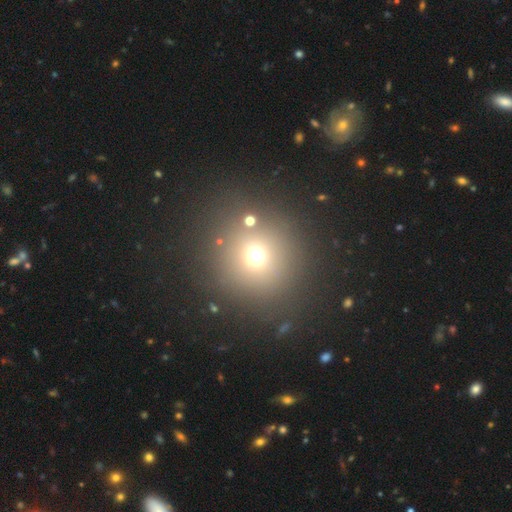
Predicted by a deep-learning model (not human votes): This appears to be a smooth galaxy with no disk features (64%) that is round (92%). Merging: none (81%).